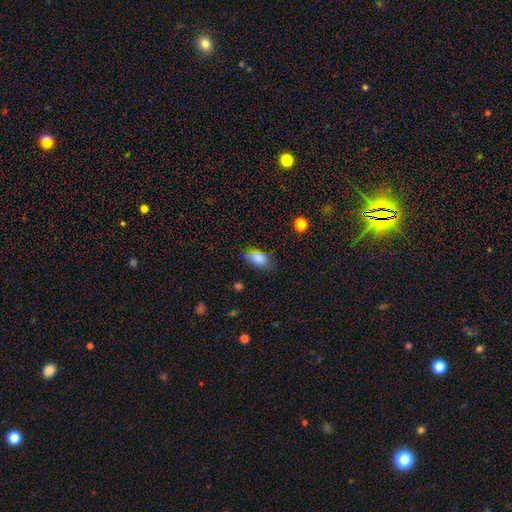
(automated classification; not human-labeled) Morphology: type=smooth (79%); roundness=in between (86%); merging=none (64%).